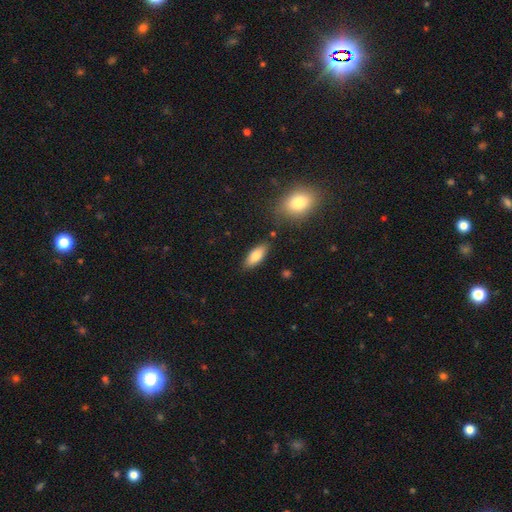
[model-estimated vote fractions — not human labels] Smooth or featured?
  - smooth: 81% *
  - featured or disk: 13%
  - star or artifact: 7%
How rounded?
  - in between: 81% *
  - cigar-shaped: 17%
  - round: 2%
Merging?
  - none: 83% *
  - minor disturbance: 11%
  - merger: 3%
  - major disturbance: 2%